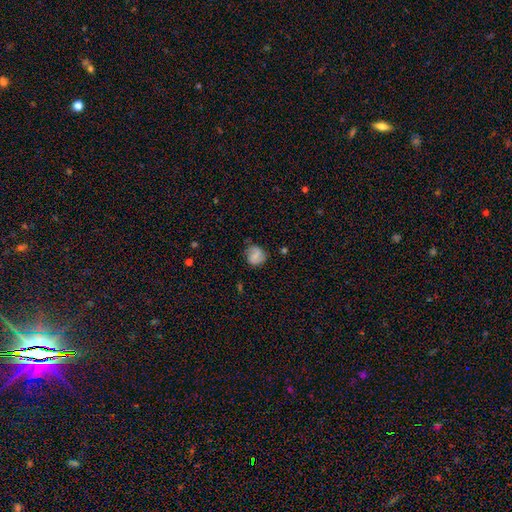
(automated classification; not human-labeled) smooth_or_featured: smooth (p=0.64) [alt: featured or disk p=0.28]
how_rounded: round (p=0.75) [alt: in between p=0.24]
merging: none (p=0.64) [alt: minor disturbance p=0.27]